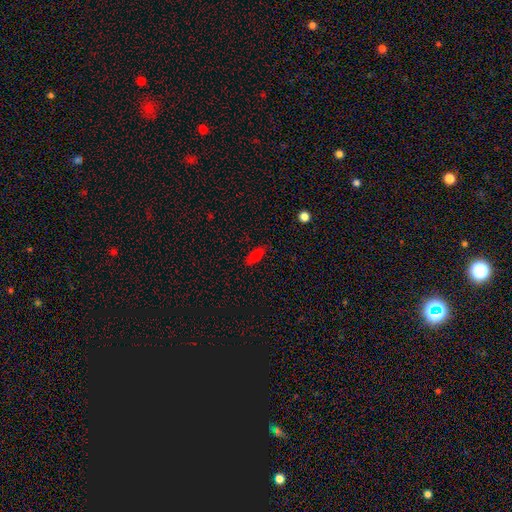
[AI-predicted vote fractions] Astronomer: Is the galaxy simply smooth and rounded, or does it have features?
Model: smooth — 80%.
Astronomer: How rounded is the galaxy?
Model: in between — 70%.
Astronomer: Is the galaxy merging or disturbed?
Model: none — 82%.